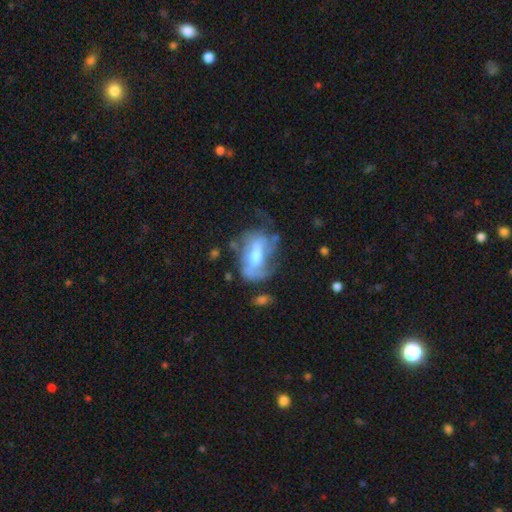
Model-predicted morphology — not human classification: This is likely a featured or disk galaxy (64%). It is clearly not viewed edge-on (92%). Bar: marginally weak (40%). Spiral arm pattern: possibly yes (54%). Central bulge: possibly moderate (60%). Merging: marginally none (38%).